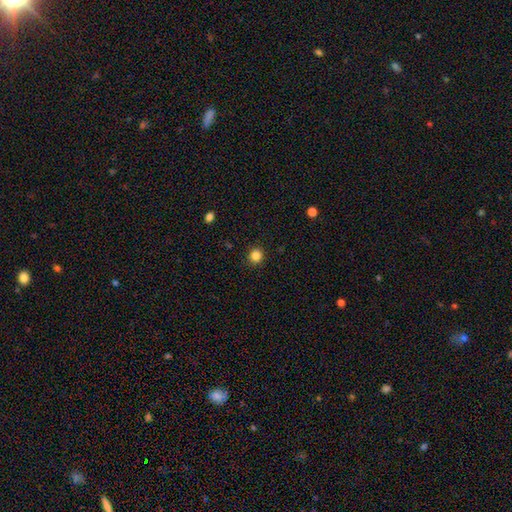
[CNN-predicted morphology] Q: Smooth or featured?
A: smooth (85%); runner-up: star or artifact (12%)
Q: How rounded?
A: round (90%); runner-up: in between (9%)
Q: Merging?
A: none (91%); runner-up: minor disturbance (6%)